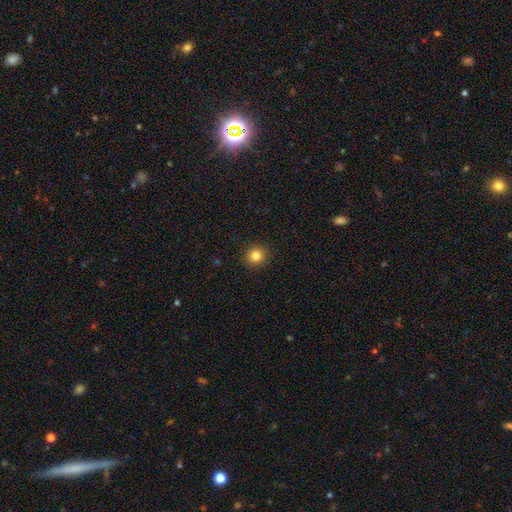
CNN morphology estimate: Overall: smooth (83%). How rounded: round (93%). Merging: none (92%).